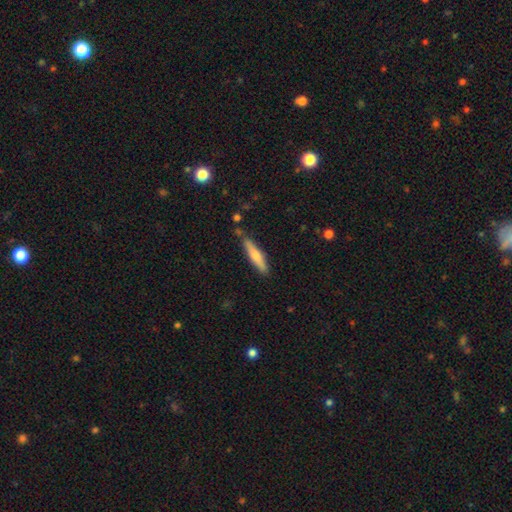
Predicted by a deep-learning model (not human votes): Smooth or featured? smooth (61%)
How rounded? cigar-shaped (86%)
Merging? none (83%)